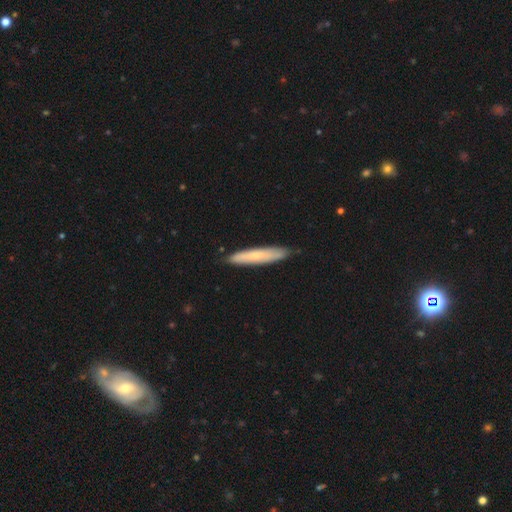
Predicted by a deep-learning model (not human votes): A smooth galaxy with no disk features (66%) that is cigar-shaped (89%).

Vote fractions:
- Smooth or featured? smooth: 66% / featured or disk: 29% / star or artifact: 6%
- How rounded? cigar-shaped: 89% / in between: 10% / round: 1%
- Merging? none: 84% / minor disturbance: 13% / major disturbance: 2% / merger: 1%